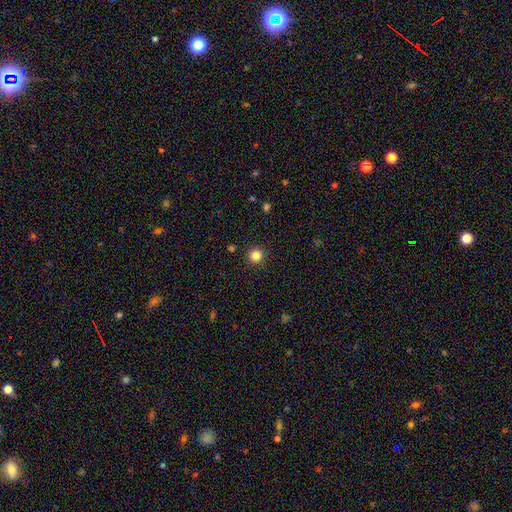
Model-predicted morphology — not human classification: smooth_or_featured: smooth (p=0.83) [alt: star or artifact p=0.13]
how_rounded: round (p=0.95) [alt: in between p=0.04]
merging: none (p=0.92) [alt: minor disturbance p=0.05]